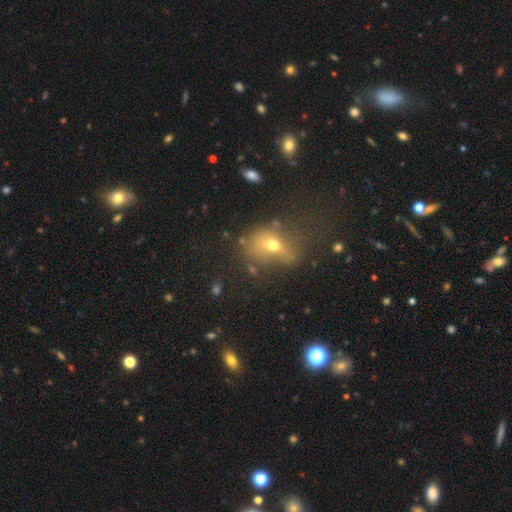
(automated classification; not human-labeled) This is possibly a smooth galaxy (54%). How rounded: possibly in between (59%). Merging: possibly none (50%).